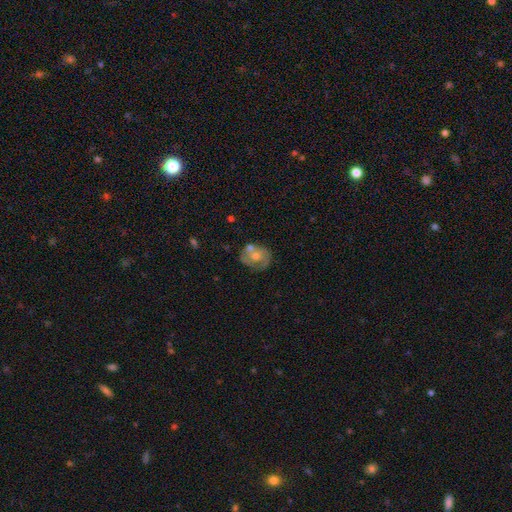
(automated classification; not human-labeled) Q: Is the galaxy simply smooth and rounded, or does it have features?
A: featured or disk — 56%.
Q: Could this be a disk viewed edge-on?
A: no — 97%.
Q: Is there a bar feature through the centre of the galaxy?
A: no — 78%.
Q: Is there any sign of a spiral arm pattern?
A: yes — 57%.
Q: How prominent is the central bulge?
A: moderate — 60%.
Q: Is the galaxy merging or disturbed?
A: none — 54%.